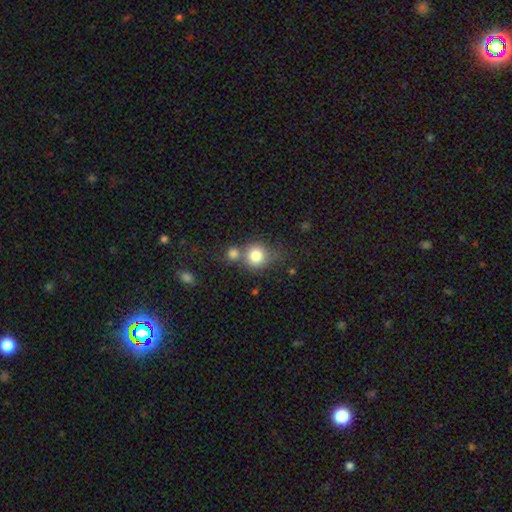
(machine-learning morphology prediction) A smooth galaxy with no disk features (80%) that is round (87%). Merging: none (45%).